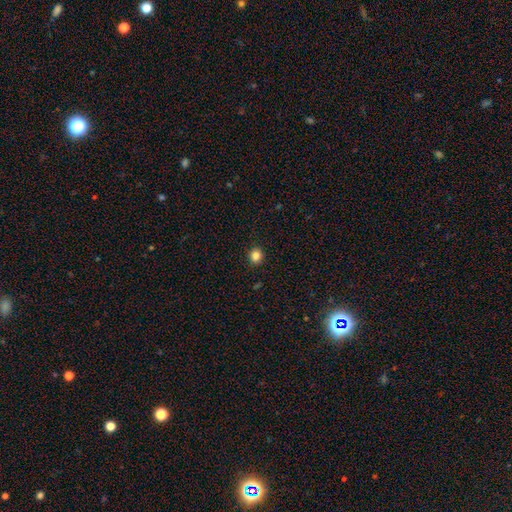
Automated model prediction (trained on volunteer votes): Smooth or featured? Predicted: smooth (p=0.84). How rounded? Predicted: round (p=0.83). Merging? Predicted: none (p=0.92).